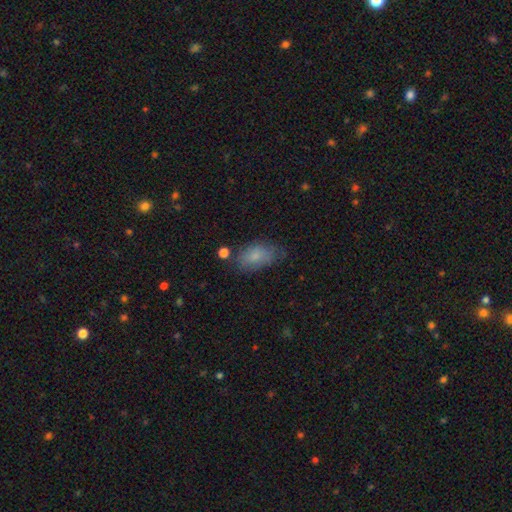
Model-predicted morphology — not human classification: The model was most divided on "merging": none: 64%, minor disturbance: 25%, major disturbance: 8%, merger: 4%. More confident: how rounded — in between (91%); smooth or featured — smooth (78%).